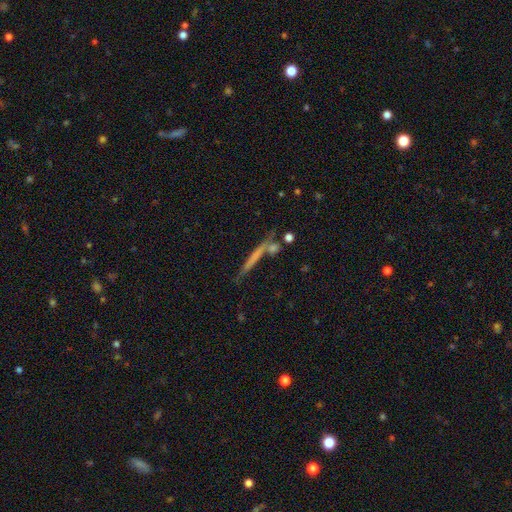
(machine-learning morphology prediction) This appears to be a smooth galaxy with no disk features (47%). Merging: none (71%).